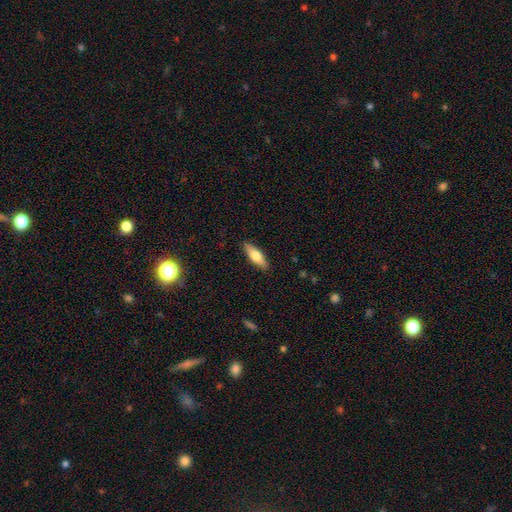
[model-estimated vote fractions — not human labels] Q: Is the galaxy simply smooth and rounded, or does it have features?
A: smooth — 62%.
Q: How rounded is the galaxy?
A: in between — 50%.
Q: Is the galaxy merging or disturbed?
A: none — 89%.